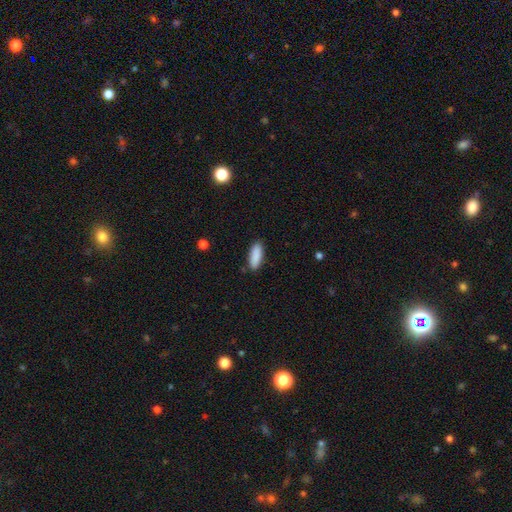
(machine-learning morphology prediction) A smooth galaxy with no disk features (89%) that is in between round and cigar-shaped (69%). Merging: none (86%).